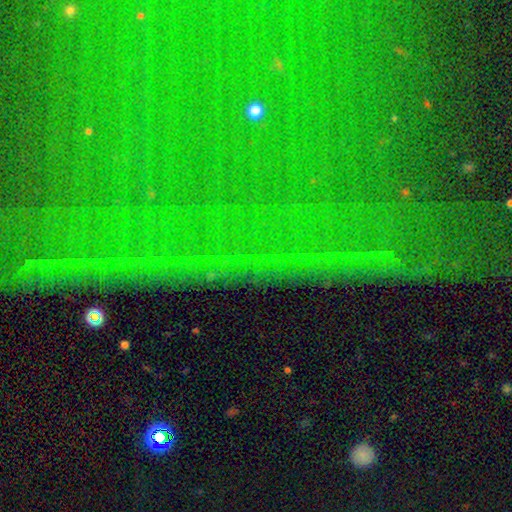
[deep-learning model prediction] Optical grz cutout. It shows a star or artifact, not a galaxy (84%).